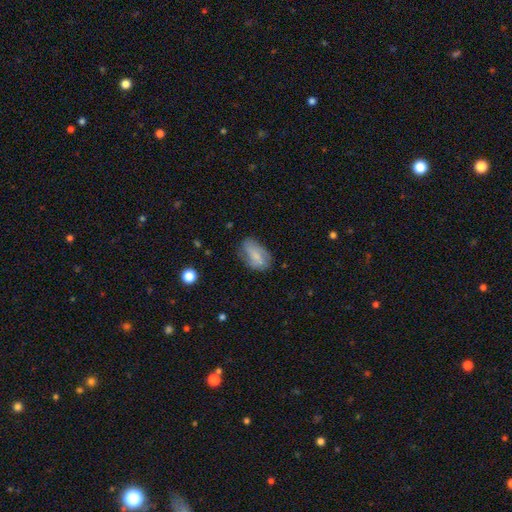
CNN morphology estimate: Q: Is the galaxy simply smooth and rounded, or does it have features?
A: smooth — 58%.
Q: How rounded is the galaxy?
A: in between — 90%.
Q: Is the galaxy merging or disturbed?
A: none — 61%.